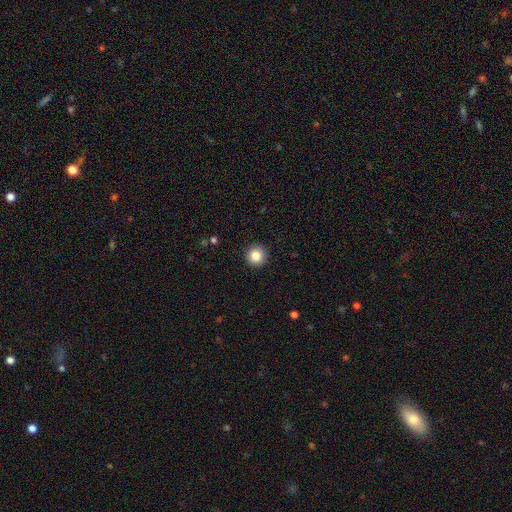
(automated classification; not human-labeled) A smooth galaxy with no disk features (85%) that is round (95%). Merging: none (93%).